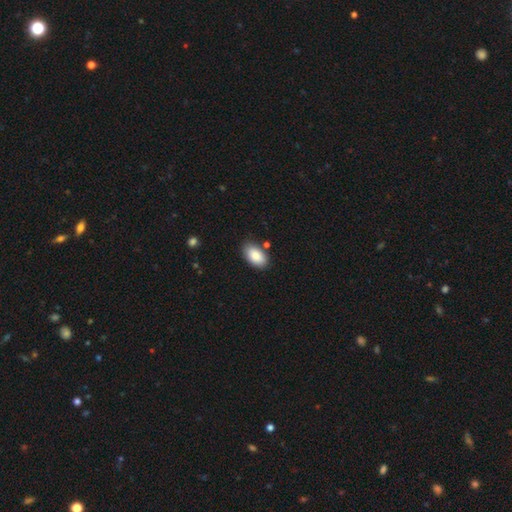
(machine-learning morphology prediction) A smooth galaxy with no disk features (87%) that is in between round and cigar-shaped (95%). Merging: none (81%).